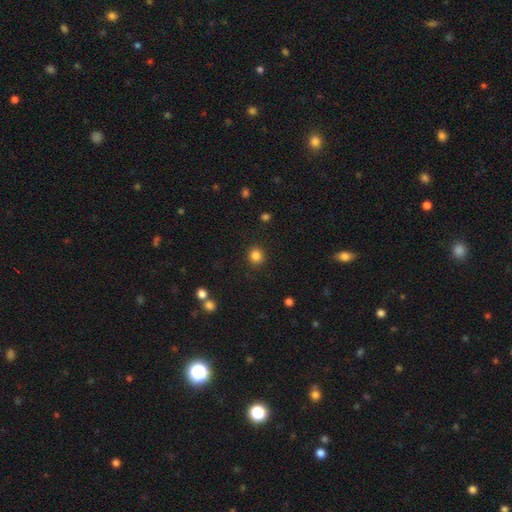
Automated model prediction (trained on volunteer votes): Morphology: type=smooth (84%); roundness=round (90%); merging=none (90%).